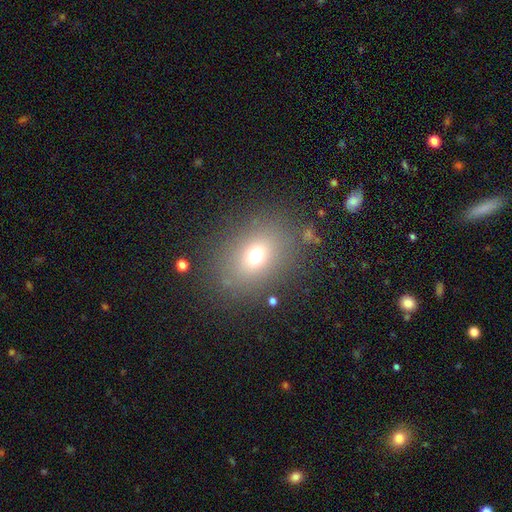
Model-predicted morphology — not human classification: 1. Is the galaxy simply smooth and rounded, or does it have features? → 69% smooth, 18% star or artifact, 13% featured or disk.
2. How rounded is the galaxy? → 55% in between, 44% round, 1% cigar-shaped.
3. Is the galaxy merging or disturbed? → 81% none, 10% minor disturbance, 6% major disturbance, 3% merger.